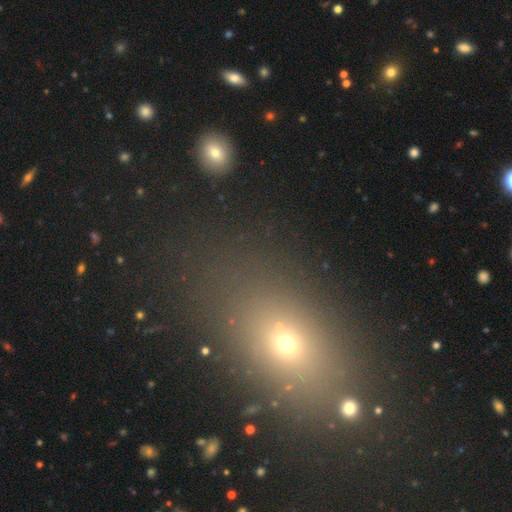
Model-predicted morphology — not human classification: A smooth galaxy with no disk features (56%) that is in between round and cigar-shaped (64%).

Vote fractions:
- Smooth or featured? smooth: 56% / star or artifact: 31% / featured or disk: 13%
- How rounded? in between: 64% / round: 31% / cigar-shaped: 5%
- Merging? none: 82% / minor disturbance: 9% / major disturbance: 5% / merger: 4%